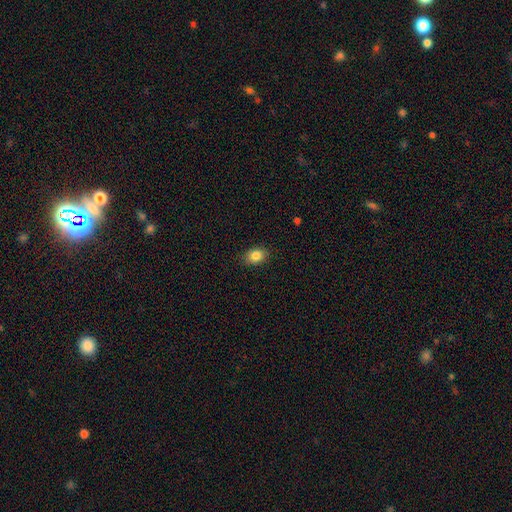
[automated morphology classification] Smooth or featured? Predicted: smooth (p=0.85). How rounded? Predicted: in between (p=0.69). Merging? Predicted: none (p=0.87).